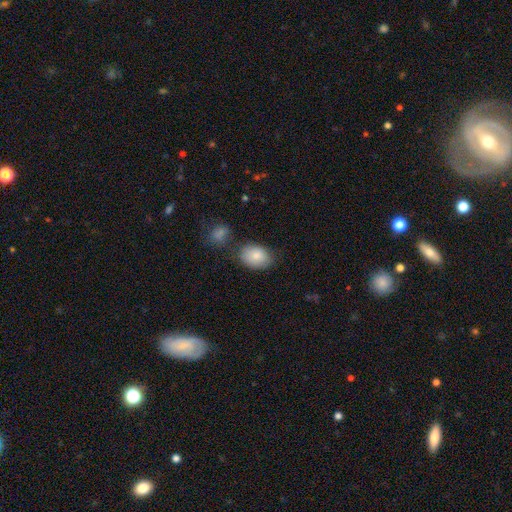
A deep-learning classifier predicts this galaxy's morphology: smooth-or-featured: smooth: 85% | featured or disk: 8% | star or artifact: 7%
  how-rounded: in between: 81% | round: 18% | cigar-shaped: 1%
  merging: none: 68% | minor disturbance: 18% | merger: 9% | major disturbance: 5%